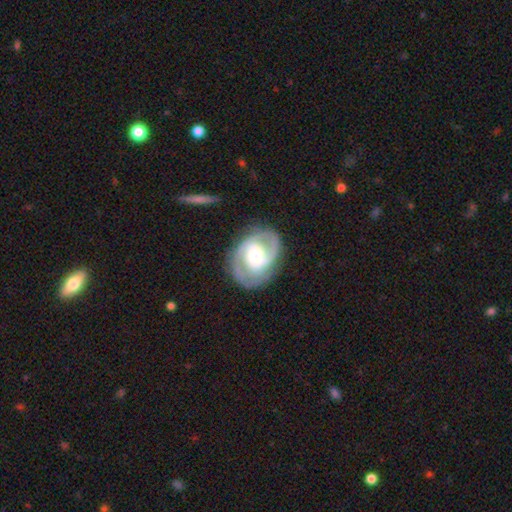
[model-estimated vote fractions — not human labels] Smooth or featured?
  - featured or disk: 85% *
  - smooth: 11%
  - star or artifact: 5%
Edge-on disk?
  - no: 97% *
  - yes: 3%
Bar?
  - no: 47% *
  - weak: 41%
  - strong: 12%
Spiral arms?
  - yes: 95% *
  - no: 5%
Spiral winding?
  - medium: 45% *
  - tight: 44%
  - loose: 11%
Spiral arm count?
  - 2: 73% *
  - 3: 11%
  - can't tell: 9%
  - 1: 3%
  - 4: 2%
  - more than 4: 2%
Bulge size?
  - moderate: 63% *
  - small: 22%
  - large: 13%
  - dominant: 1%
  - none: 1%
Merging?
  - none: 78% *
  - minor disturbance: 15%
  - major disturbance: 6%
  - merger: 1%